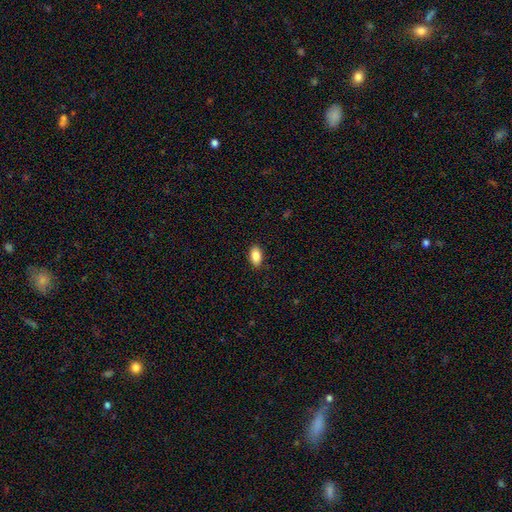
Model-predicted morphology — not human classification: This appears to be a smooth galaxy with no disk features (87%) that is in between round and cigar-shaped (92%). Merging: none (89%).